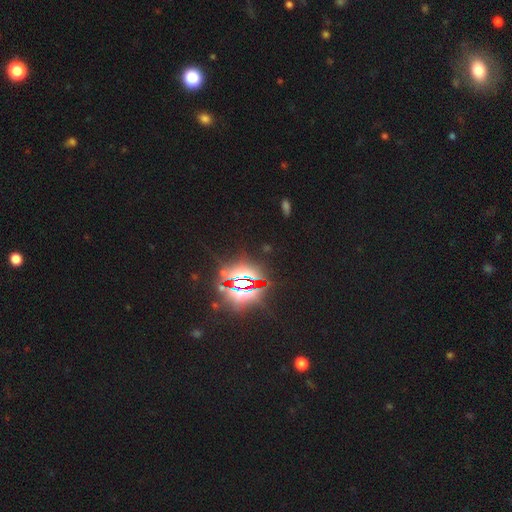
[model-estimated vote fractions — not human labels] smooth_or_featured: star or artifact (p=0.85) [alt: smooth p=0.09]